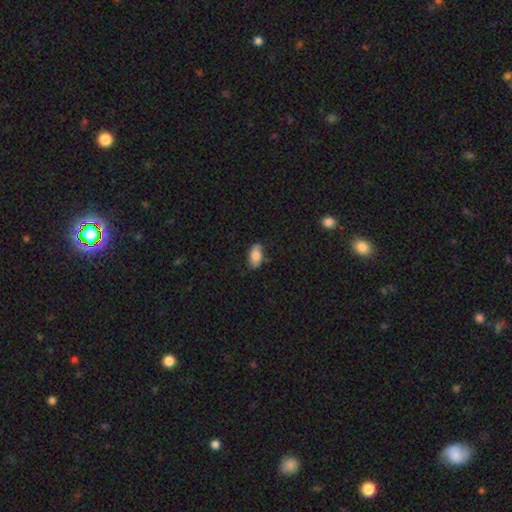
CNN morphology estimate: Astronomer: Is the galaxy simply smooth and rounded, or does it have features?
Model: smooth — 84%.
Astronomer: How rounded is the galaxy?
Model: in between — 92%.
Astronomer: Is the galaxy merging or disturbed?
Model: none — 79%.